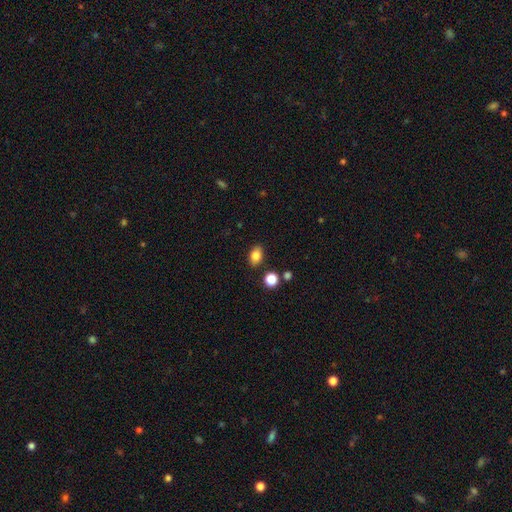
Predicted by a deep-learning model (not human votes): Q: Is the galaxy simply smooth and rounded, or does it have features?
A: smooth — 83%.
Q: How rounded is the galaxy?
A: in between — 78%.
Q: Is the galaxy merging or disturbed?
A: none — 85%.